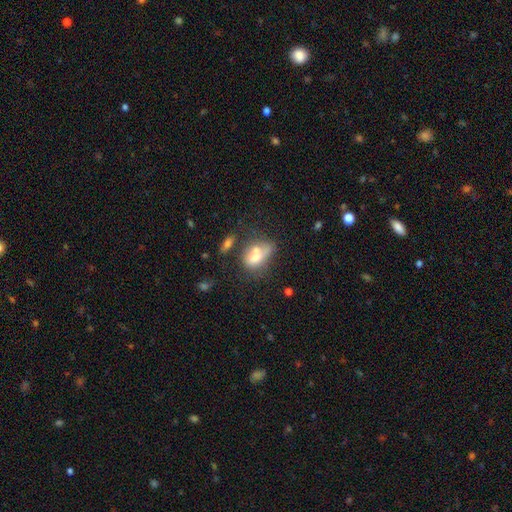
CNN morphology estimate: This appears to be a smooth galaxy with no disk features (64%) that is in between round and cigar-shaped (72%). Merging: merger (48%).